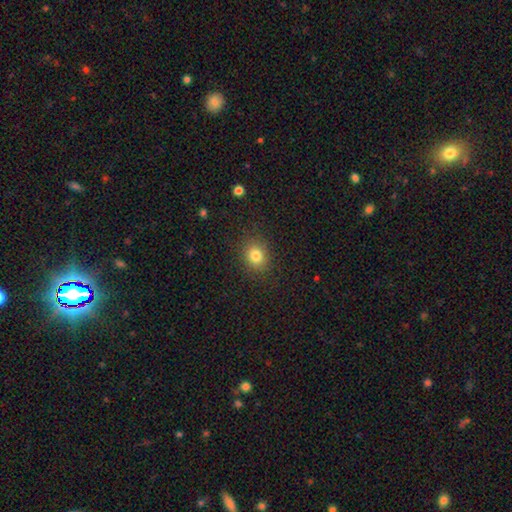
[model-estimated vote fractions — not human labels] This is clearly a smooth galaxy (82%). How rounded: likely round (63%). Merging: clearly none (86%).